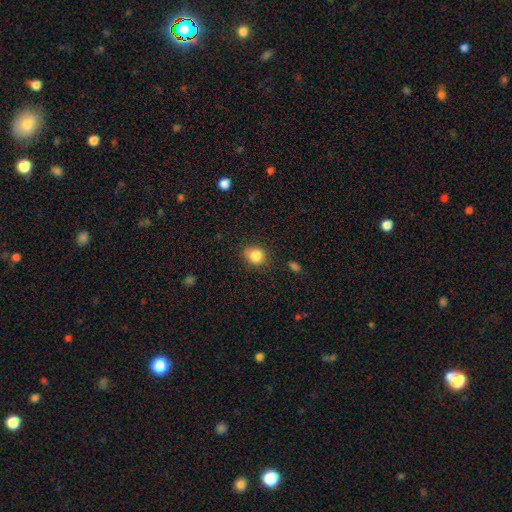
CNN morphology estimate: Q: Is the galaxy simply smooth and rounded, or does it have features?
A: smooth — 84%.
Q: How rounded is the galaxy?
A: round — 74%.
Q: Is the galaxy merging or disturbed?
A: none — 75%.